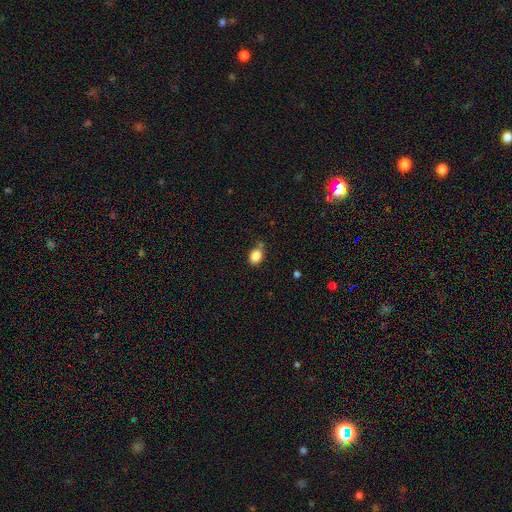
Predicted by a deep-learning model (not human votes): smooth-or-featured: smooth: 86% | star or artifact: 9% | featured or disk: 4%
  how-rounded: in between: 61% | round: 38% | cigar-shaped: 1%
  merging: none: 66% | minor disturbance: 22% | merger: 7% | major disturbance: 5%